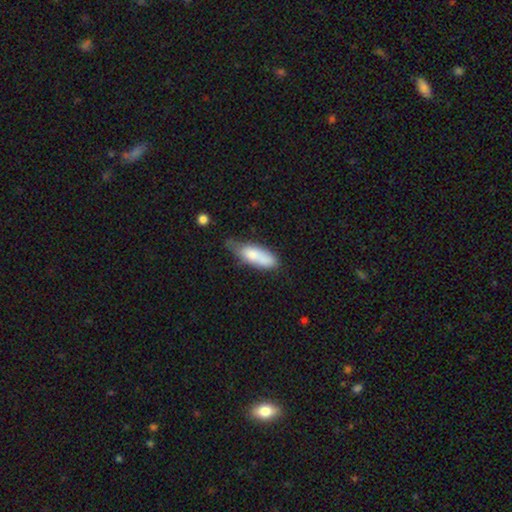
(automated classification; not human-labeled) smooth_or_featured: smooth (p=0.76) [alt: featured or disk p=0.18]
how_rounded: in between (p=0.66) [alt: cigar-shaped p=0.32]
merging: none (p=0.43) [alt: minor disturbance p=0.38]